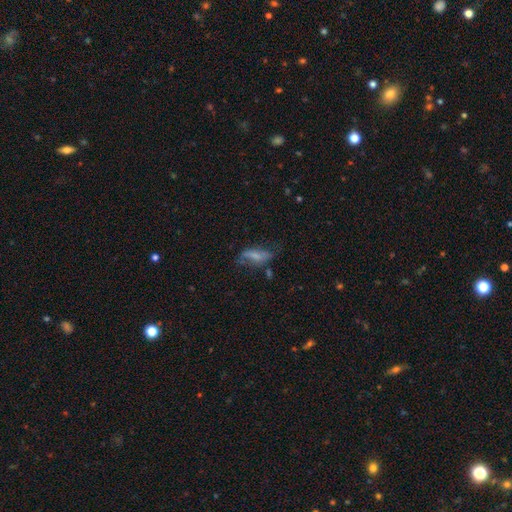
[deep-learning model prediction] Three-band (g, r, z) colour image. It shows a smooth galaxy with no disk features (53%) that is in between round and cigar-shaped (71%). Merging: none (43%).